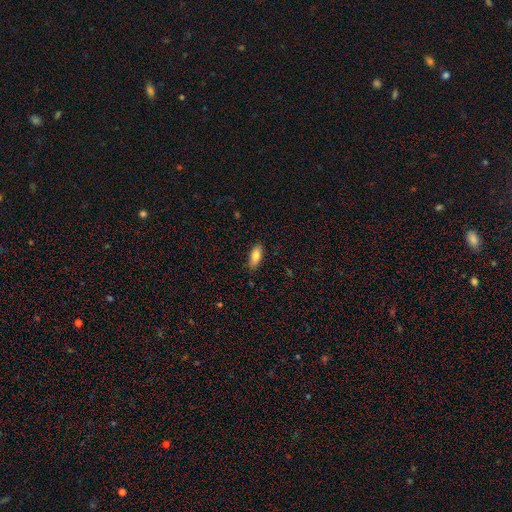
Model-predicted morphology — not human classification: Overall: smooth (81%). How rounded: in between (82%). Merging: none (86%).